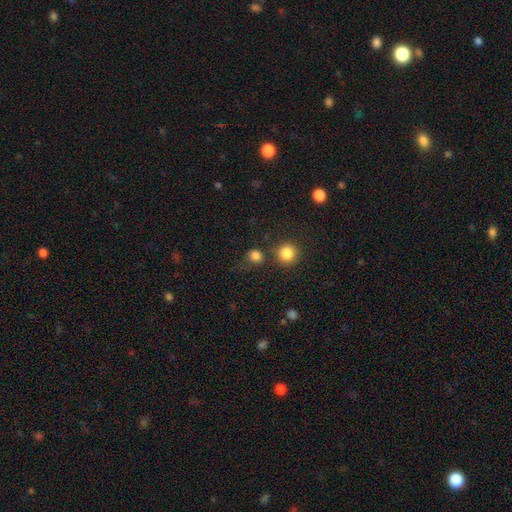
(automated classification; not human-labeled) smooth 82%, star or artifact 13%, featured or disk 5%. Down the decision tree: how rounded — round (82%); merging — none (69%).